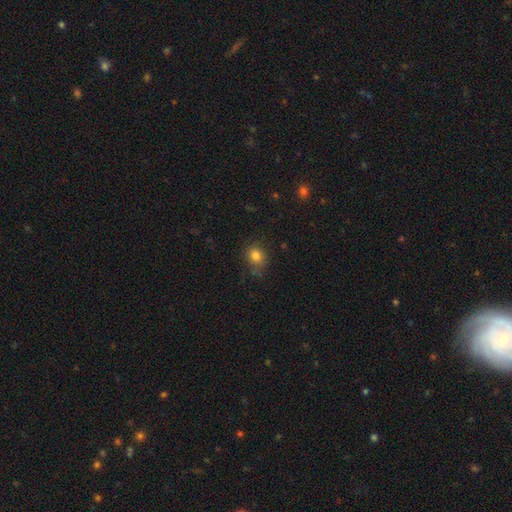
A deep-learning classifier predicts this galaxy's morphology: type=smooth (82%); roundness=round (67%); merging=none (73%).